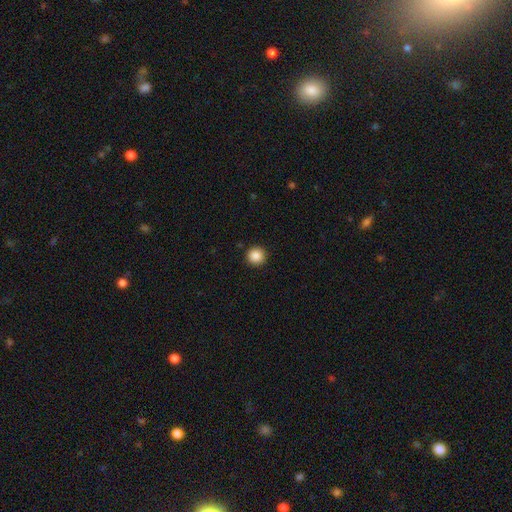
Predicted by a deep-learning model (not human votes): Smooth or featured: smooth — 88% (star or artifact — 10%)
How rounded: round — 96% (in between — 3%)
Merging: none — 92% (minor disturbance — 5%)